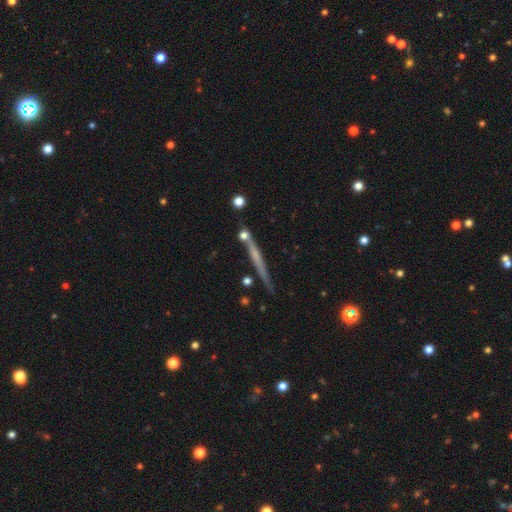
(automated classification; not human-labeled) Smooth or featured: featured or disk — 55% (smooth — 36%)
Edge-on disk: yes — 96% (no — 4%)
Edge-on bulge: none — 79% (rounded — 15%)
Merging: none — 80% (minor disturbance — 11%)